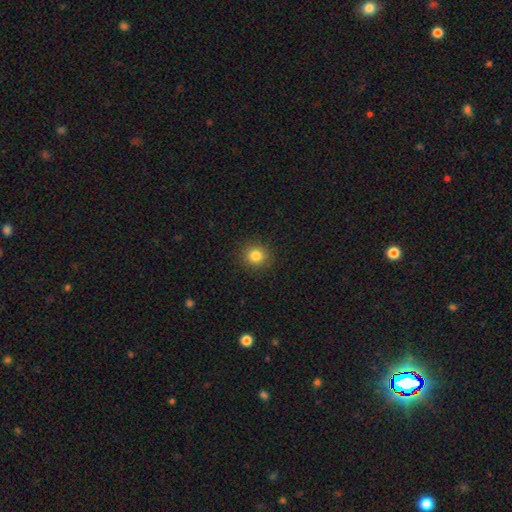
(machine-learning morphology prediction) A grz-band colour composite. It shows a smooth galaxy with no disk features (83%) that is round (87%). Merging: none (90%).